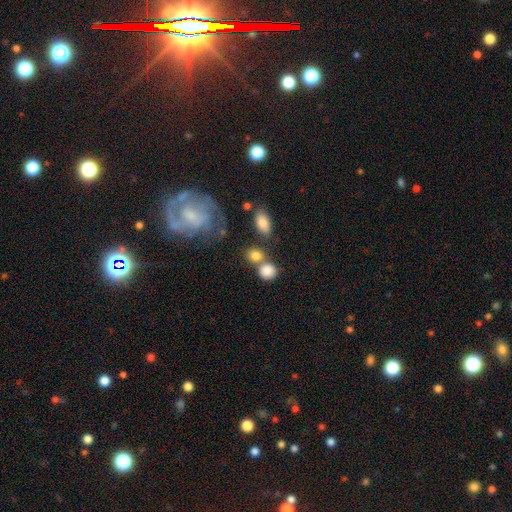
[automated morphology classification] The model was most divided on "merging": none: 50%, merger: 32%, minor disturbance: 12%, major disturbance: 6%. More confident: smooth or featured — smooth (82%); how rounded — round (74%).